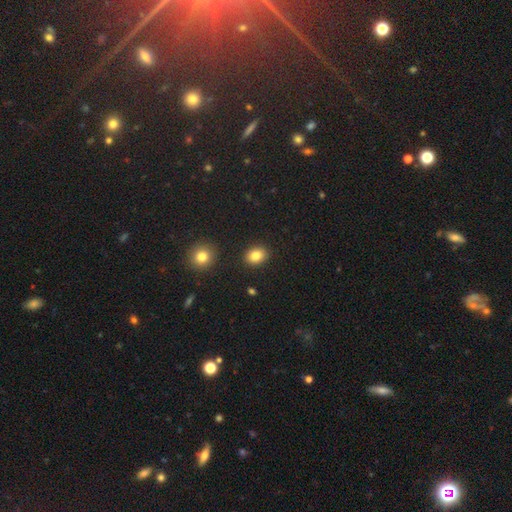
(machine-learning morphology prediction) A smooth galaxy with no disk features (84%) that is in between round and cigar-shaped (57%). Merging: none (88%).